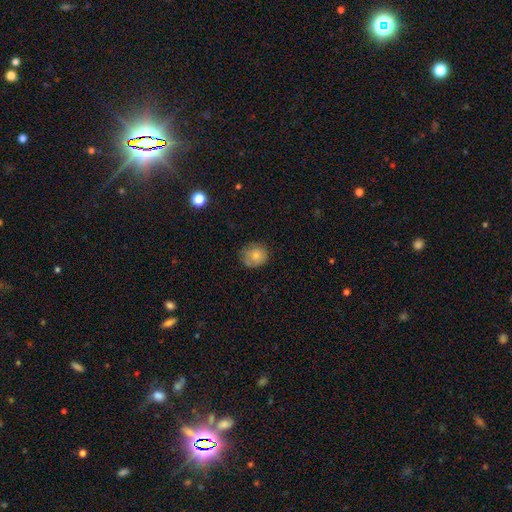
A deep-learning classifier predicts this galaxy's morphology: smooth-or-featured: smooth: 77% | featured or disk: 14% | star or artifact: 9%
  how-rounded: round: 78% | in between: 21% | cigar-shaped: 1%
  merging: none: 71% | minor disturbance: 22% | major disturbance: 5% | merger: 2%